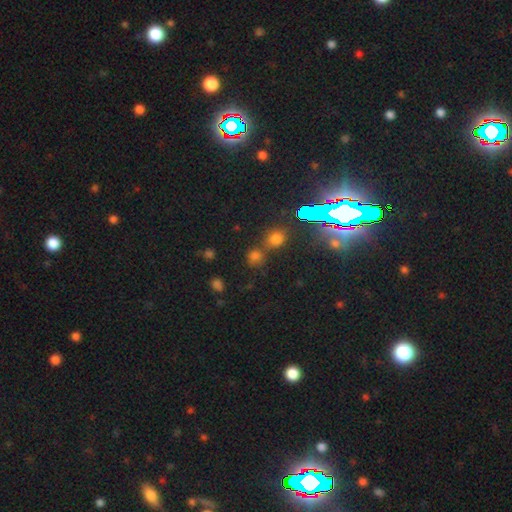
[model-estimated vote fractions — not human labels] Smooth or featured? Predicted: smooth (p=0.48). Merging? Predicted: none (p=0.71).